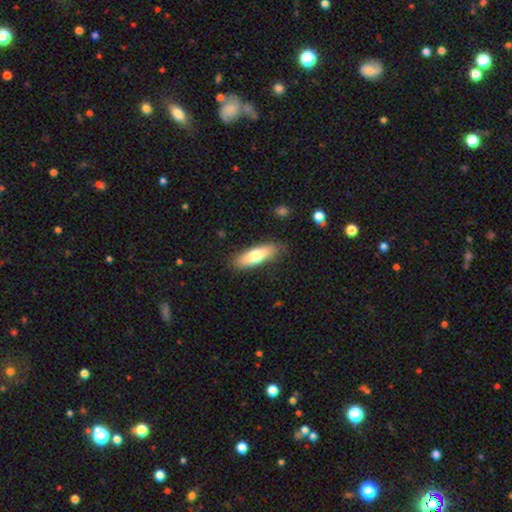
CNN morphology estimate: This appears to be a smooth galaxy with no disk features (70%) that is cigar-shaped (51%). Merging: none (84%).